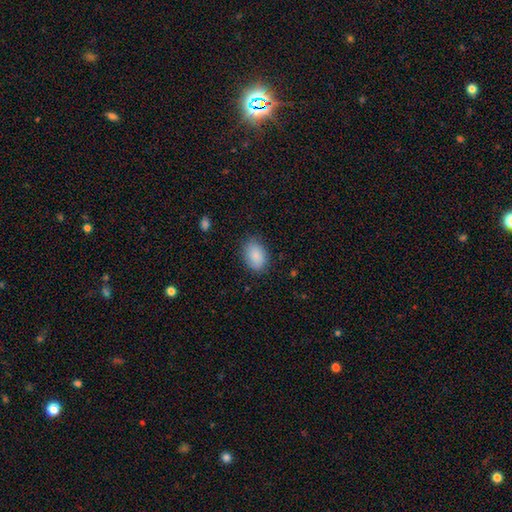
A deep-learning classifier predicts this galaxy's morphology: The model was most divided on "how rounded": in between: 84%, round: 15%, cigar-shaped: 1%. More confident: smooth or featured — smooth (87%); merging — none (82%).